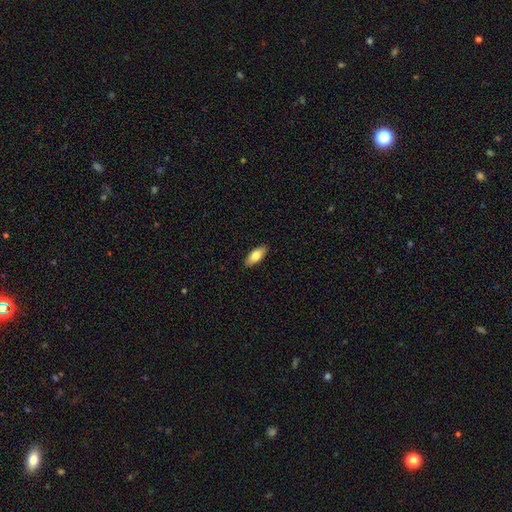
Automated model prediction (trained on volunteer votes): A smooth galaxy with no disk features (77%) that is in between round and cigar-shaped (81%). Merging: none (88%).